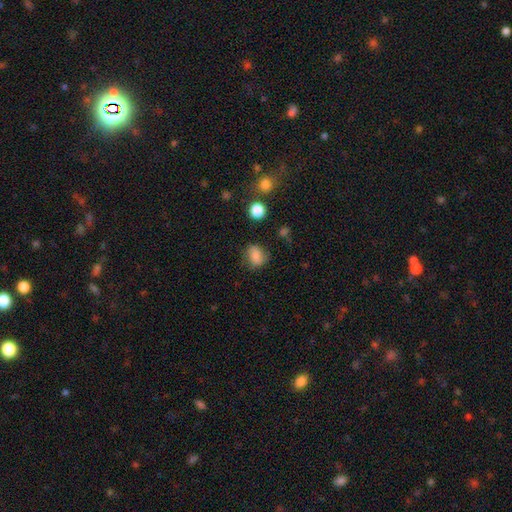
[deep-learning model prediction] Smooth or featured? smooth (78%)
How rounded? in between (49%, tied with round)
Merging? none (69%)